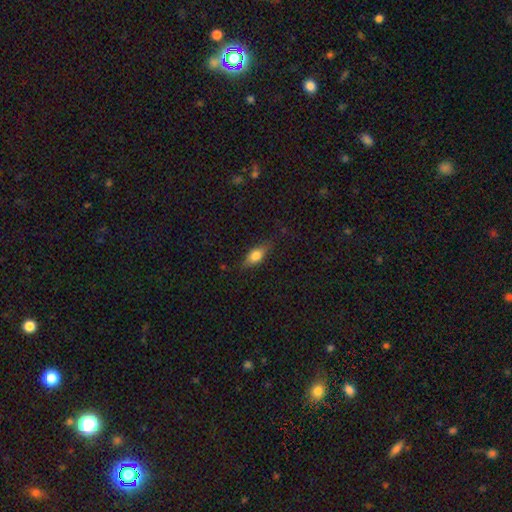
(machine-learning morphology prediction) This appears to be a smooth galaxy with no disk features (73%) that is in between round and cigar-shaped (77%). Merging: none (76%).